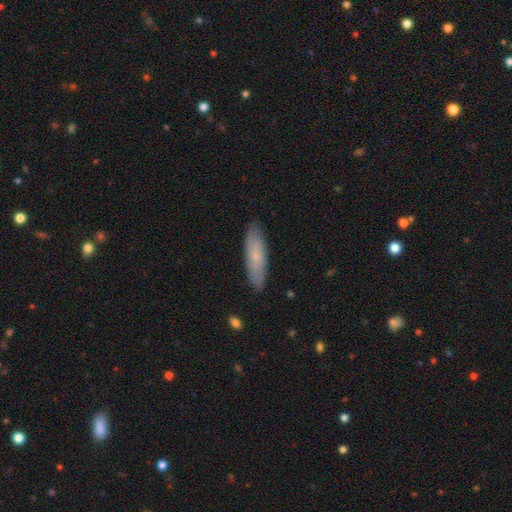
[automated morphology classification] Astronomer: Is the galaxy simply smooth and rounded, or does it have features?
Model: smooth — 66%.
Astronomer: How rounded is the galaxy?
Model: cigar-shaped — 60% (runner-up: in between, 38%).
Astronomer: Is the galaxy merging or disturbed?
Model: none — 85%.